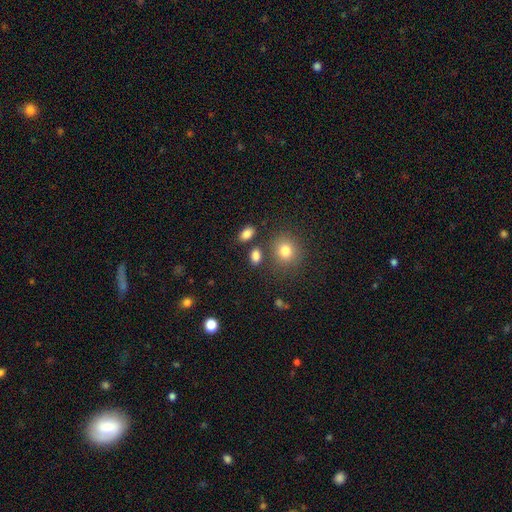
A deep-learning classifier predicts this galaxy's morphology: The model was most divided on "how rounded": in between: 76%, round: 21%, cigar-shaped: 3%. More confident: smooth or featured — smooth (83%); merging — none (75%).